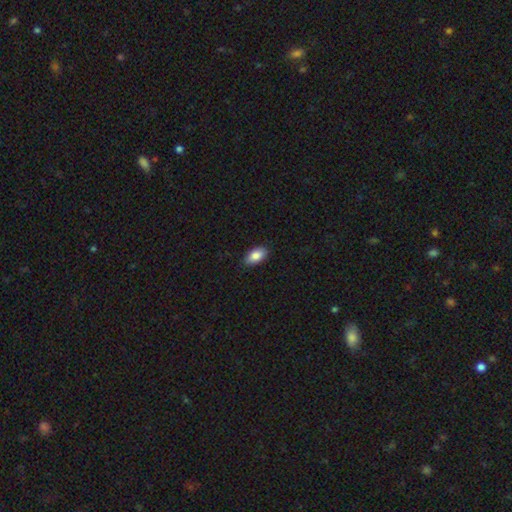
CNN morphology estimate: Smooth or featured: smooth — 86% (featured or disk — 7%)
How rounded: in between — 93% (round — 4%)
Merging: none — 87% (minor disturbance — 10%)